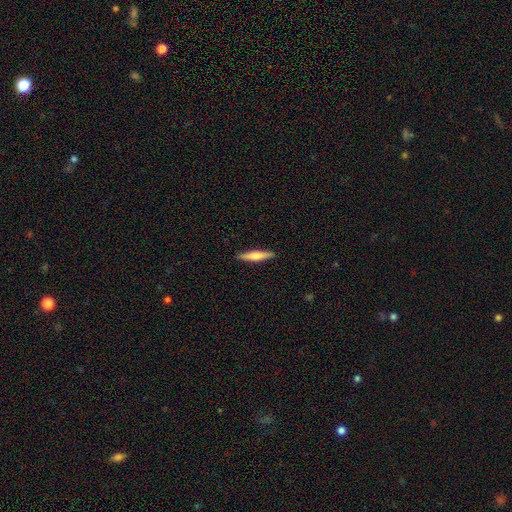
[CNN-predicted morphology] Smooth or featured? smooth (60%)
How rounded? cigar-shaped (88%)
Merging? none (91%)